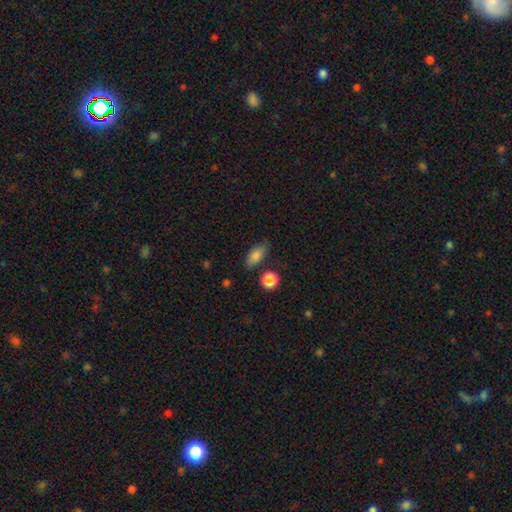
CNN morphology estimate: This is likely a smooth galaxy (80%). How rounded: likely in between (80%). Merging: likely none (76%).